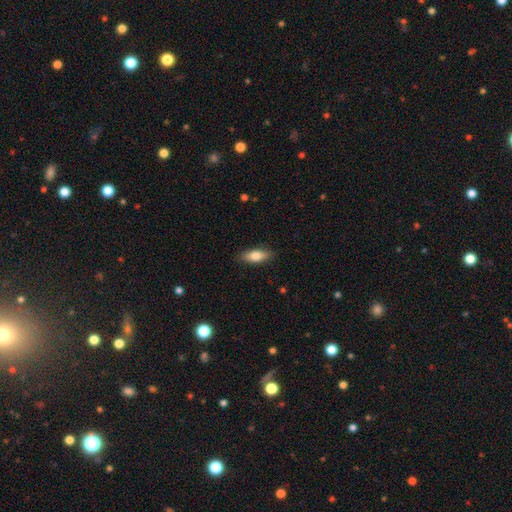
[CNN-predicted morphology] A smooth galaxy with no disk features (76%) that is in between round and cigar-shaped (69%). Merging: none (87%).